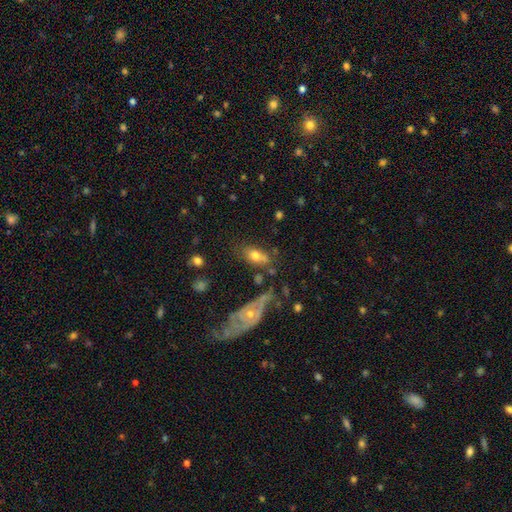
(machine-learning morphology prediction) This appears to be a smooth galaxy with no disk features (69%) that is in between round and cigar-shaped (84%). Merging: none (53%).